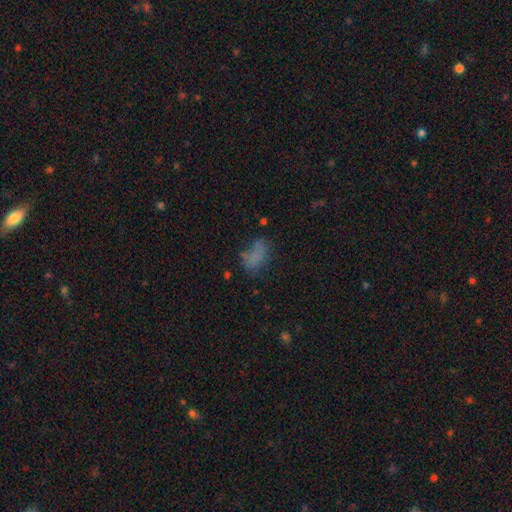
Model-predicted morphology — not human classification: Q: Smooth or featured?
A: smooth (67%); runner-up: star or artifact (17%)
Q: How rounded?
A: in between (86%); runner-up: cigar-shaped (8%)
Q: Merging?
A: none (46%); runner-up: minor disturbance (24%)